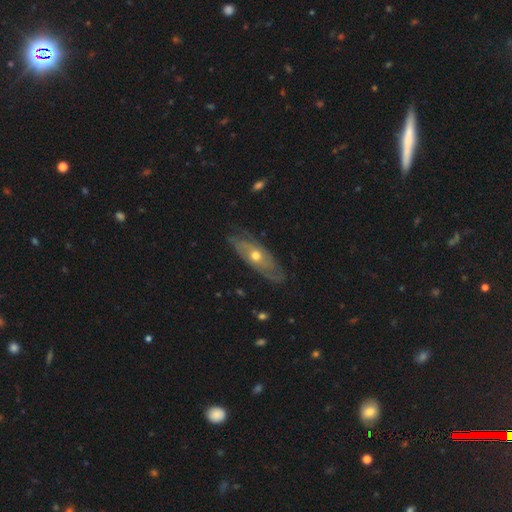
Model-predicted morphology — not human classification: Smooth or featured? Predicted: featured or disk (p=0.69). Edge-on disk? Predicted: no (p=0.75). Bar? Predicted: no (p=0.85). Spiral arms? Predicted: yes (p=0.70). Bulge size? Predicted: moderate (p=0.68). Merging? Predicted: none (p=0.74).